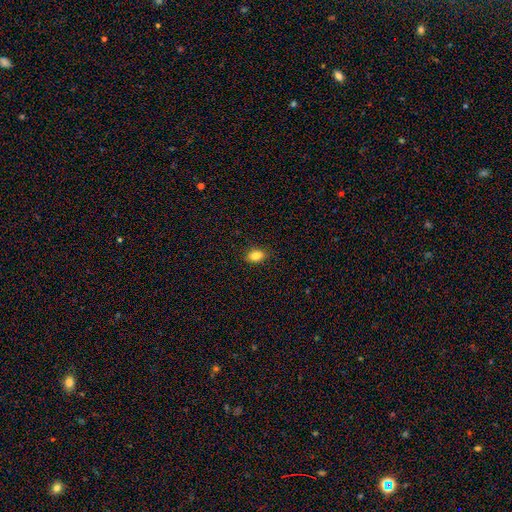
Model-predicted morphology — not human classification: Smooth or featured?
  - smooth: 85% *
  - star or artifact: 9%
  - featured or disk: 6%
How rounded?
  - in between: 82% *
  - round: 16%
  - cigar-shaped: 2%
Merging?
  - none: 87% *
  - minor disturbance: 10%
  - major disturbance: 2%
  - merger: 1%